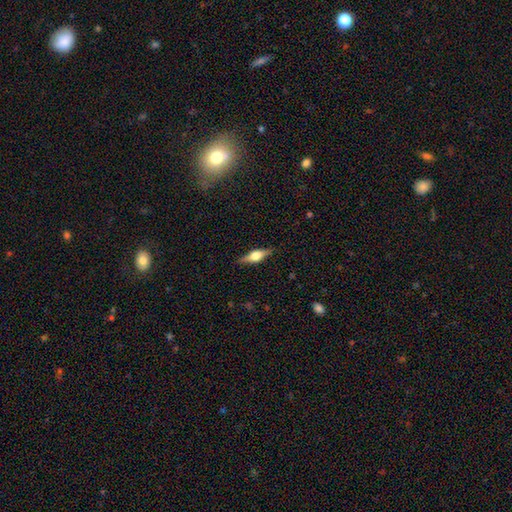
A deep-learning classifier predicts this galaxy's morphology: This is likely a featured or disk galaxy (63%). It is clearly viewed edge-on (96%). Edge-on bulge: clearly rounded (93%). Merging: clearly none (88%).